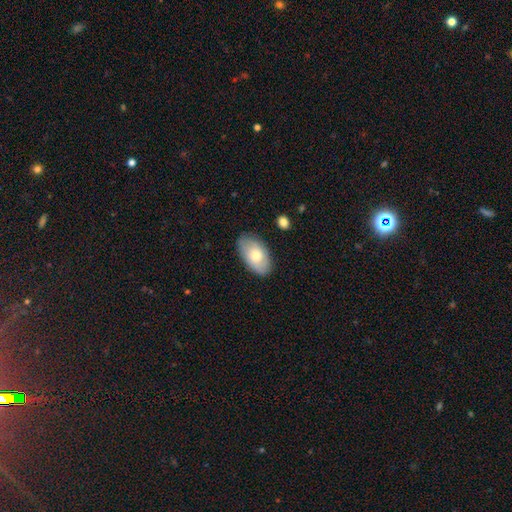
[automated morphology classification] Smooth or featured? smooth (68%)
How rounded? in between (94%)
Merging? none (83%)